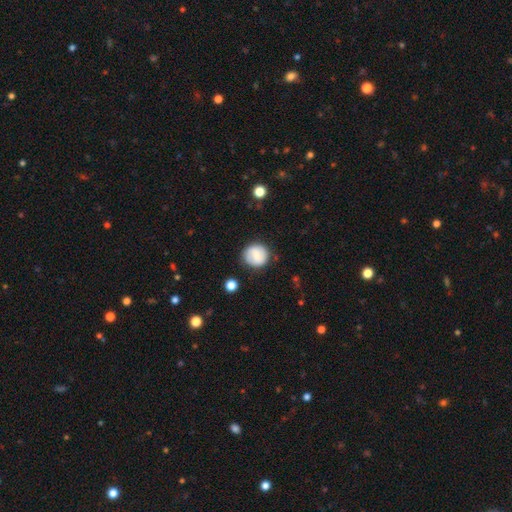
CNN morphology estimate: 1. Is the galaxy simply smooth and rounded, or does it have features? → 69% smooth, 24% featured or disk, 8% star or artifact.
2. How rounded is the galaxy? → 88% round, 11% in between, 1% cigar-shaped.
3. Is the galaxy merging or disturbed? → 81% none, 13% minor disturbance, 4% major disturbance, 2% merger.